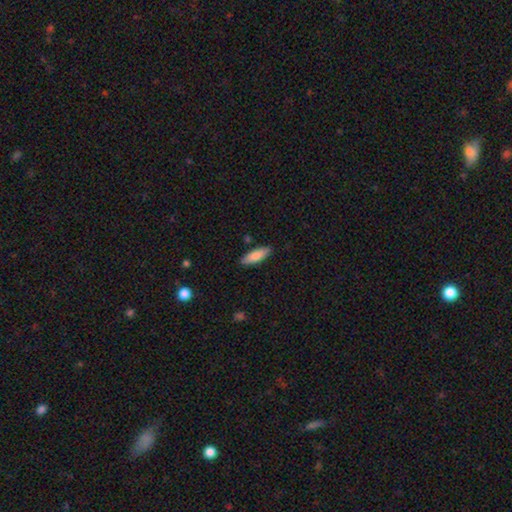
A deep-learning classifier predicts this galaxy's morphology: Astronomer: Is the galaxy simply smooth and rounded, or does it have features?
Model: smooth — 83%.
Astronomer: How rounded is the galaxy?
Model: in between — 54% (runner-up: cigar-shaped, 44%).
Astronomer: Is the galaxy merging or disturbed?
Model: none — 87%.